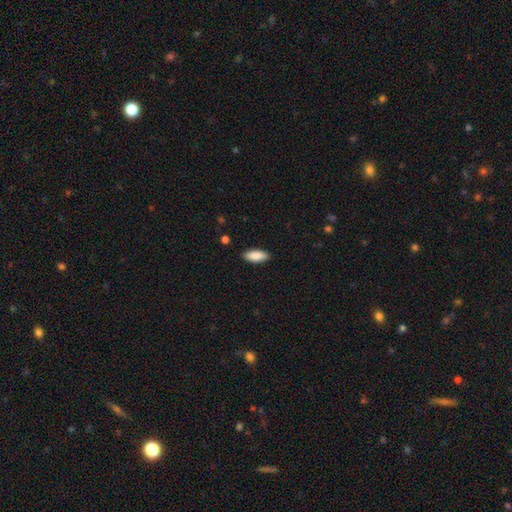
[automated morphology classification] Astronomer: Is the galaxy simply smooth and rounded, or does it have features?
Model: smooth — 88%.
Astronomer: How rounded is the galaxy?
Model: in between — 82%.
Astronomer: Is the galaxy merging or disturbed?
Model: none — 89%.